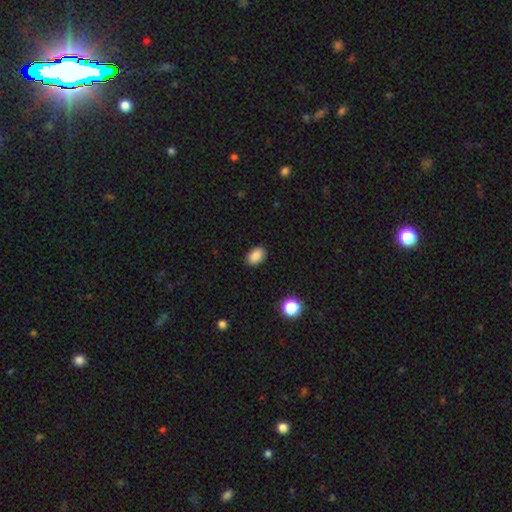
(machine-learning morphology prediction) smooth_or_featured: smooth (p=0.87) [alt: star or artifact p=0.09]
how_rounded: in between (p=0.84) [alt: round p=0.15]
merging: none (p=0.88) [alt: minor disturbance p=0.08]